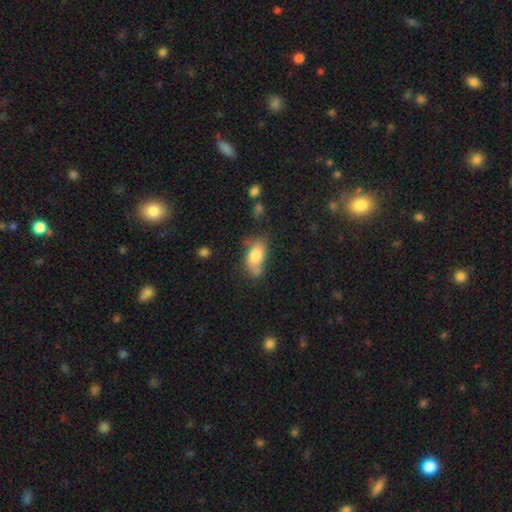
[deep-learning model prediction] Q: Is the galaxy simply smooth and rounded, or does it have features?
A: smooth — 78%.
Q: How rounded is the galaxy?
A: in between — 90%.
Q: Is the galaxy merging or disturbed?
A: none — 52%.